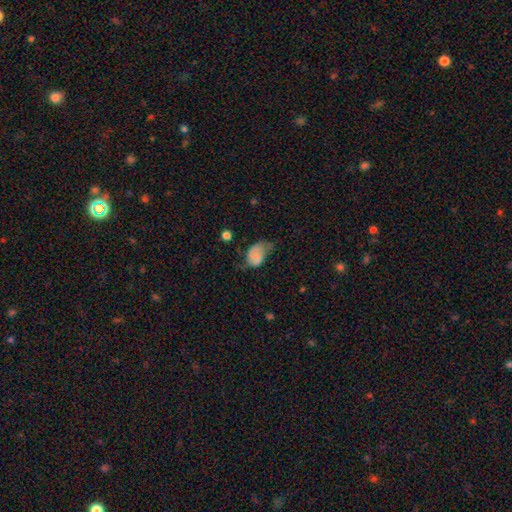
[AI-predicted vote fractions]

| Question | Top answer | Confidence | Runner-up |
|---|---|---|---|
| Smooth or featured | smooth | 66% | featured or disk (24%) |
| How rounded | in between | 84% | round (15%) |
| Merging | major disturbance | 38% | minor disturbance (35%) |